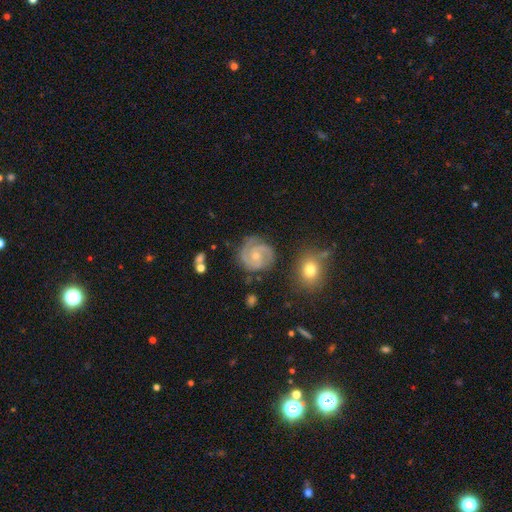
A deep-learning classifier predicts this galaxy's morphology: featured or disk 85%, smooth 9%, star or artifact 5%. Down the decision tree: edge-on disk — no (98%); bar — no (66%); spiral arms — yes (97%); spiral arm count — 2 (65%); spiral winding — tight (61%); bulge size — small (54%); merging — none (75%).